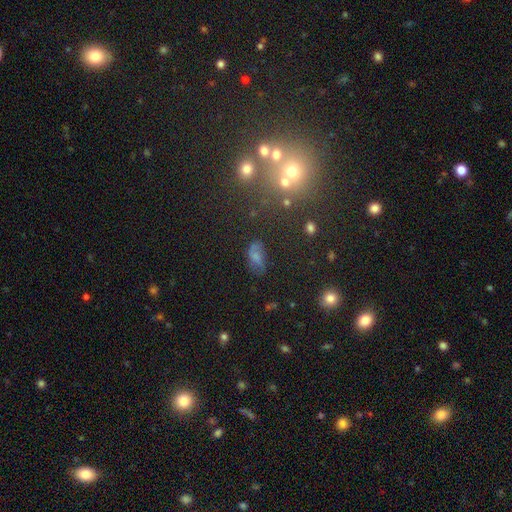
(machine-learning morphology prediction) A smooth galaxy with no disk features (53%) that is in between round and cigar-shaped (88%). Merging: none (55%).